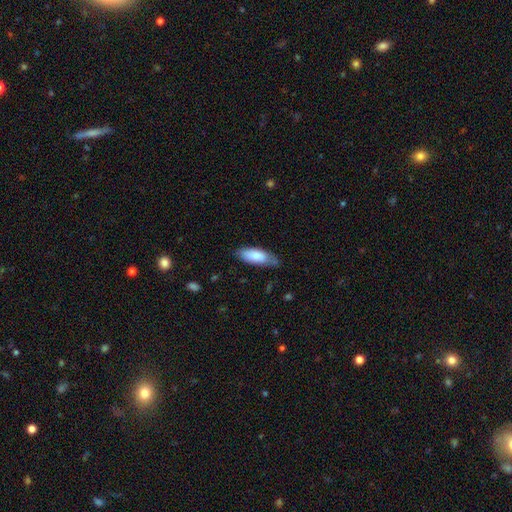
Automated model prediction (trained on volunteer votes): Overall: smooth (80%). How rounded: in between (75%). Merging: none (69%).